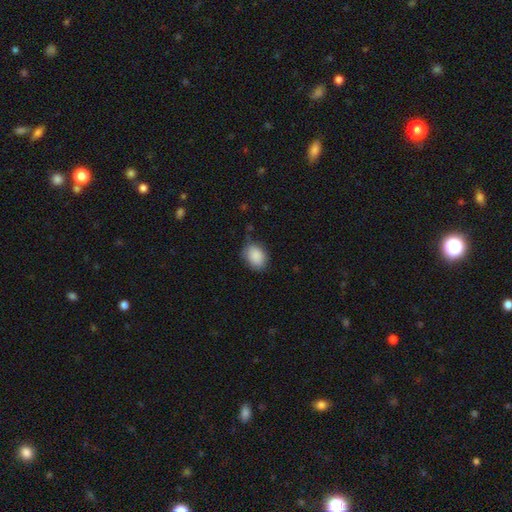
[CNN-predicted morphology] smooth_or_featured: smooth (p=0.89) [alt: star or artifact p=0.07]
how_rounded: in between (p=0.72) [alt: round p=0.27]
merging: none (p=0.71) [alt: minor disturbance p=0.23]